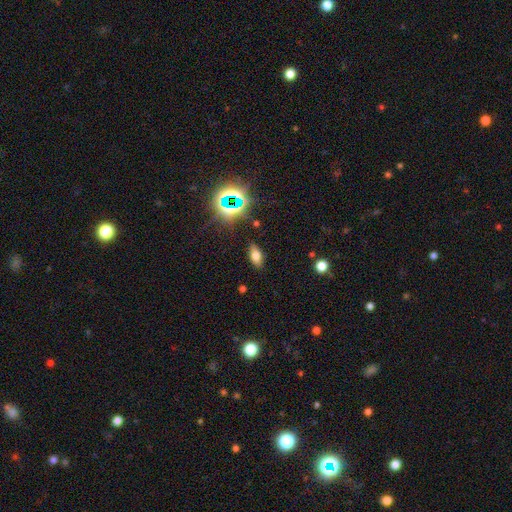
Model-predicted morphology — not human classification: This is likely a smooth galaxy (64%). How rounded: clearly in between (86%). Merging: clearly none (86%).